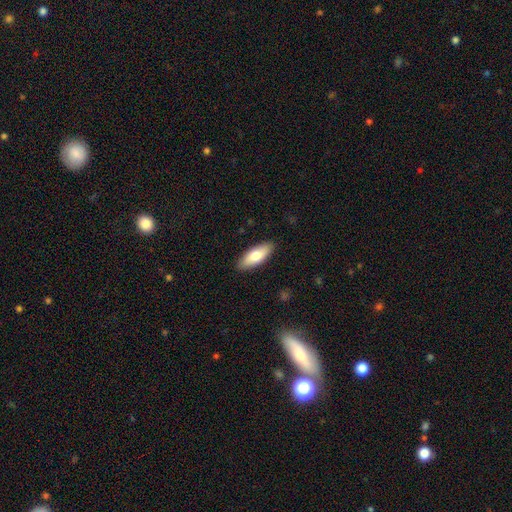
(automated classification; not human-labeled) A smooth galaxy with no disk features (75%) that is in between round and cigar-shaped (75%). Merging: none (89%).